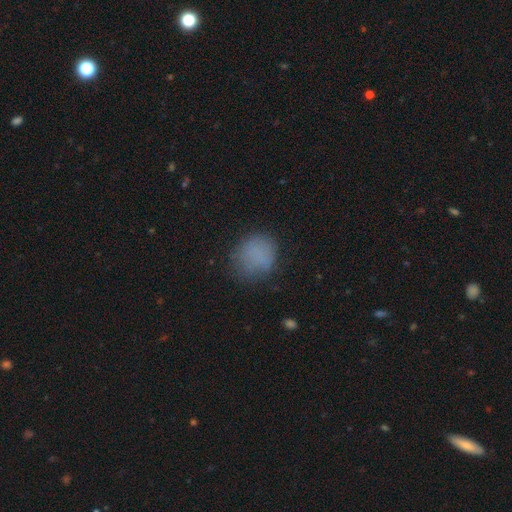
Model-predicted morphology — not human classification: Smooth or featured: smooth — 78% (star or artifact — 13%)
How rounded: round — 78% (in between — 21%)
Merging: none — 72% (minor disturbance — 19%)